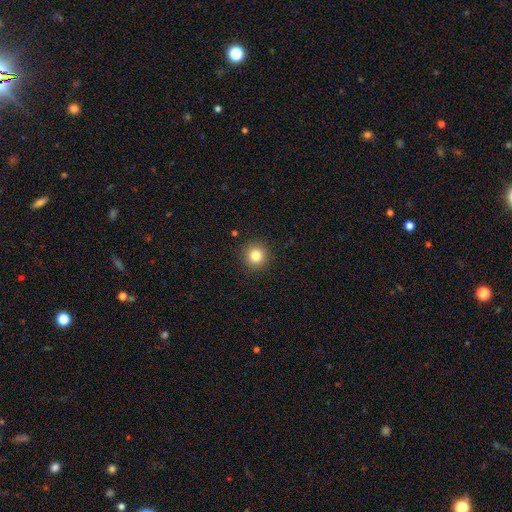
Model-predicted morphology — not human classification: Smooth or featured: smooth — 82% (star or artifact — 11%)
How rounded: round — 95% (in between — 4%)
Merging: none — 92% (minor disturbance — 5%)